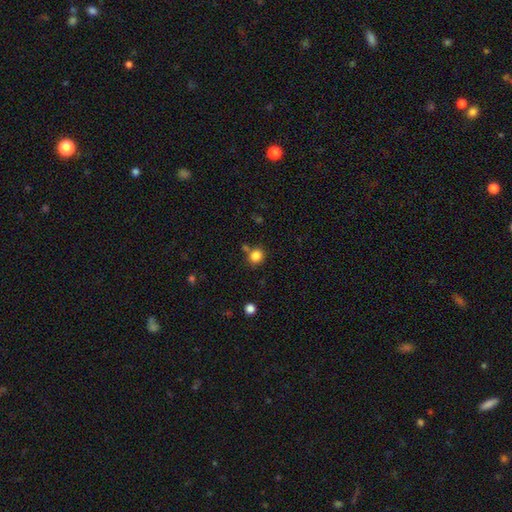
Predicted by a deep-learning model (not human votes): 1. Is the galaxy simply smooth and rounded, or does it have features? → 84% smooth, 11% star or artifact, 4% featured or disk.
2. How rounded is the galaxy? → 77% round, 22% in between, 1% cigar-shaped.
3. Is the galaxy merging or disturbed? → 73% none, 12% merger, 11% minor disturbance, 4% major disturbance.